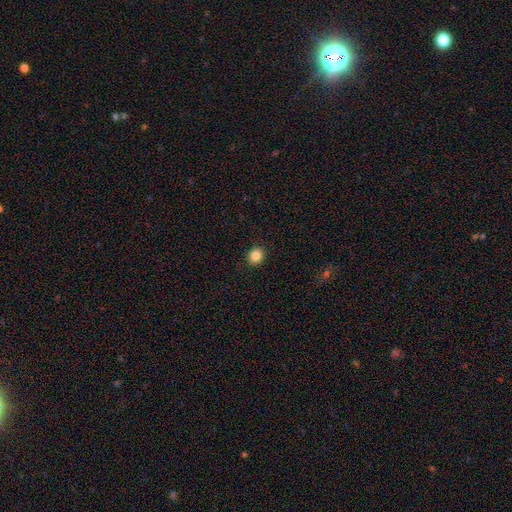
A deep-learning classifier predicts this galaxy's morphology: smooth_or_featured: smooth (p=0.85) [alt: star or artifact p=0.10]
how_rounded: round (p=0.76) [alt: in between p=0.23]
merging: none (p=0.91) [alt: minor disturbance p=0.06]